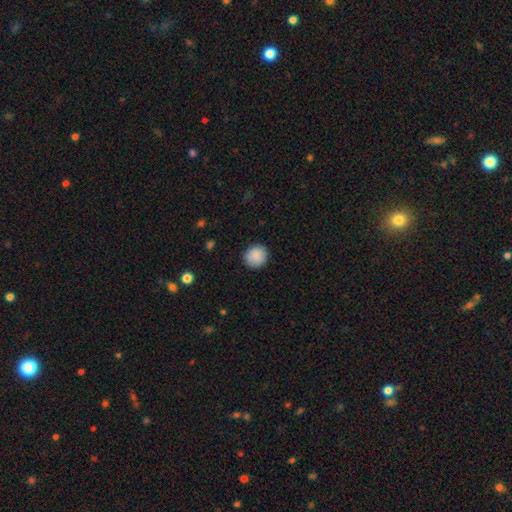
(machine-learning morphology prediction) smooth_or_featured: smooth (p=0.89) [alt: star or artifact p=0.07]
how_rounded: round (p=0.91) [alt: in between p=0.08]
merging: none (p=0.90) [alt: minor disturbance p=0.07]